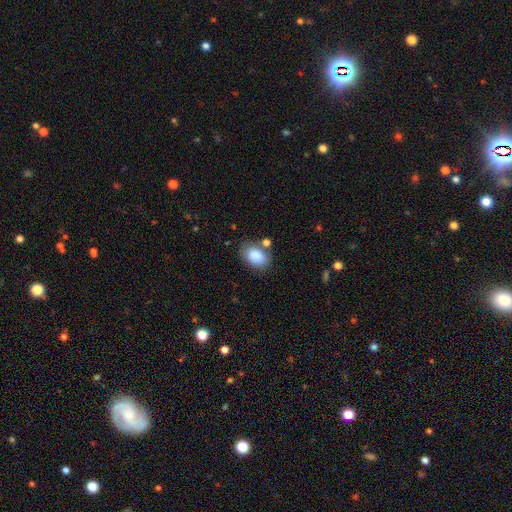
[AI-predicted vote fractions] Smooth or featured?
  - smooth: 87% *
  - star or artifact: 7%
  - featured or disk: 6%
How rounded?
  - in between: 83% *
  - round: 16%
  - cigar-shaped: 1%
Merging?
  - none: 67% *
  - minor disturbance: 17%
  - merger: 11%
  - major disturbance: 5%